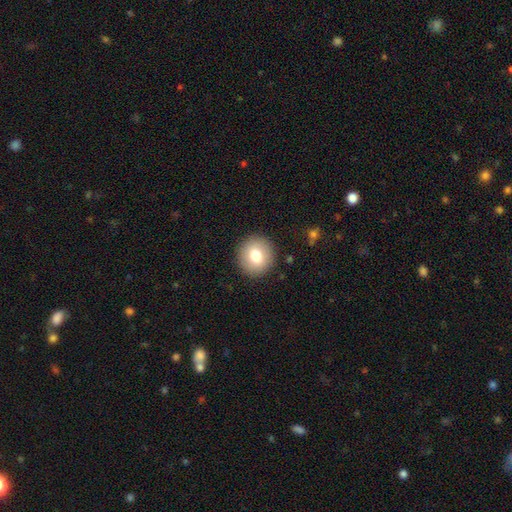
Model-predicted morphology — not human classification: Q: Smooth or featured?
A: smooth (76%); runner-up: featured or disk (15%)
Q: How rounded?
A: round (90%); runner-up: in between (9%)
Q: Merging?
A: none (91%); runner-up: minor disturbance (6%)